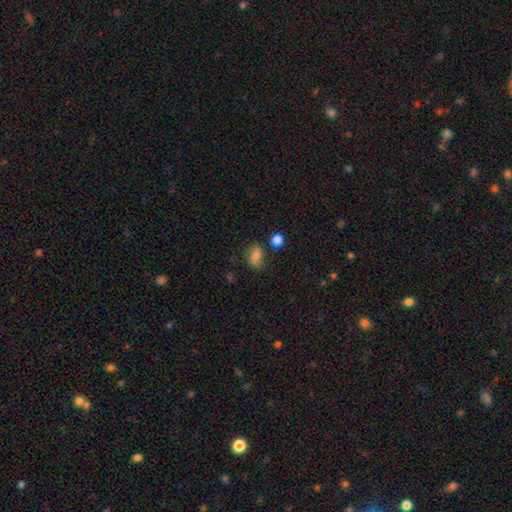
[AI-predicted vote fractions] Q: Smooth or featured?
A: smooth (74%); runner-up: featured or disk (13%)
Q: How rounded?
A: in between (74%); runner-up: round (24%)
Q: Merging?
A: none (58%); runner-up: minor disturbance (26%)